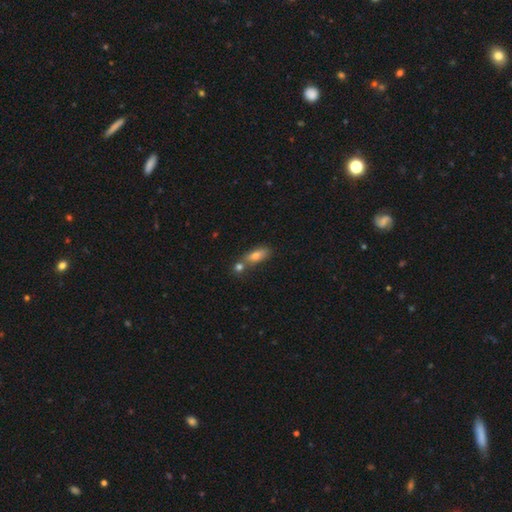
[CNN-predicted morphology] smooth 76%, featured or disk 14%, star or artifact 11%. Down the decision tree: how rounded — in between (72%); merging — none (51%).